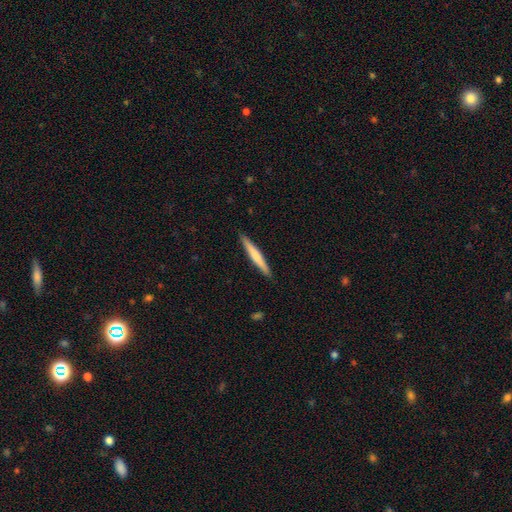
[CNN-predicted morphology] Smooth or featured? Predicted: smooth (p=0.61). How rounded? Predicted: cigar-shaped (p=0.96). Merging? Predicted: none (p=0.91).